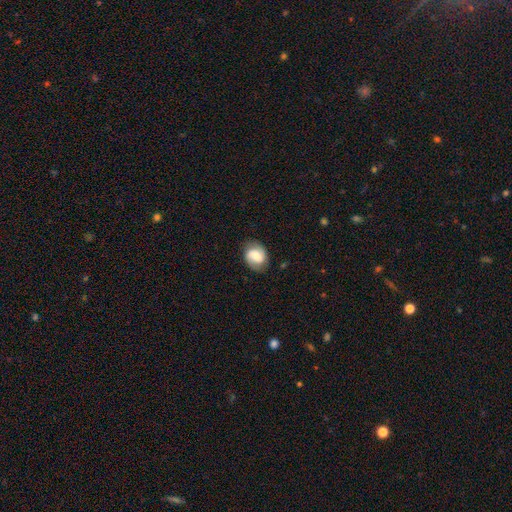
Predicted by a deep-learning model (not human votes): This is possibly a featured or disk galaxy (46%, tied with smooth). Merging: likely none (79%).